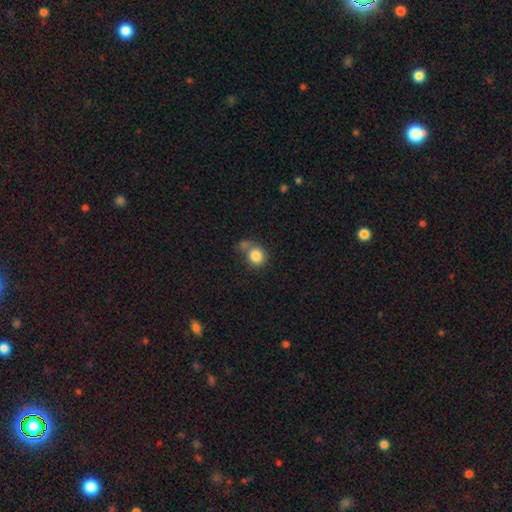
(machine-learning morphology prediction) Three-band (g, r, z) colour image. It shows a smooth galaxy with no disk features (84%) that is round (82%). Merging: none (49%).